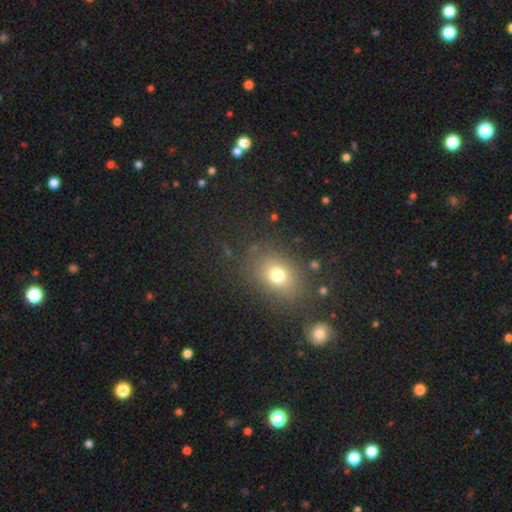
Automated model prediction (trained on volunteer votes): Morphology: type=smooth (61%); roundness=in between (57%); merging=none (84%).